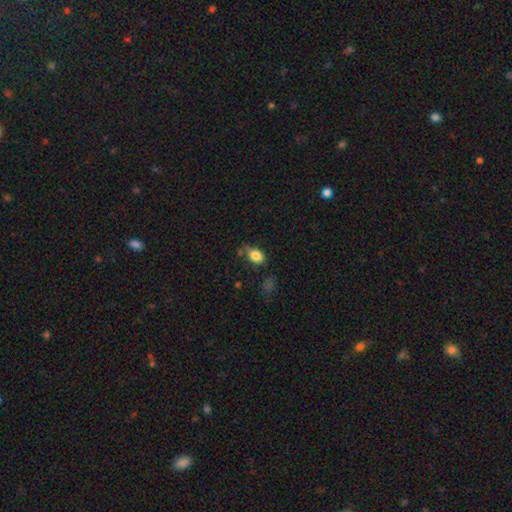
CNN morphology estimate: smooth-or-featured: smooth: 83% | star or artifact: 10% | featured or disk: 7%
  how-rounded: in between: 76% | round: 21% | cigar-shaped: 2%
  merging: none: 57% | minor disturbance: 29% | major disturbance: 8% | merger: 5%